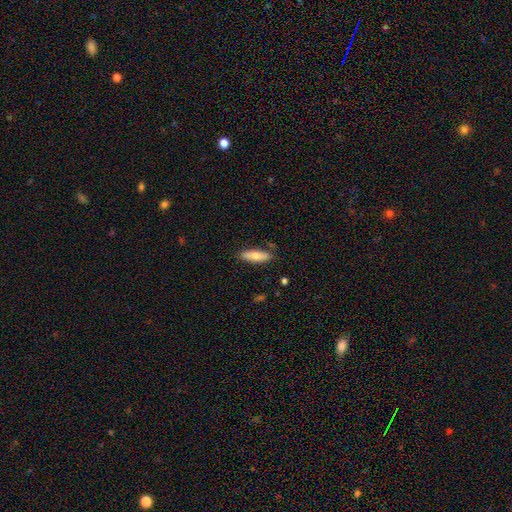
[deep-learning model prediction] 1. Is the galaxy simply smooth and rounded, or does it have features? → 72% smooth, 22% featured or disk, 6% star or artifact.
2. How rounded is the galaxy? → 51% cigar-shaped, 47% in between, 2% round.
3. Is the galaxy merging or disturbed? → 83% none, 12% minor disturbance, 3% merger, 2% major disturbance.